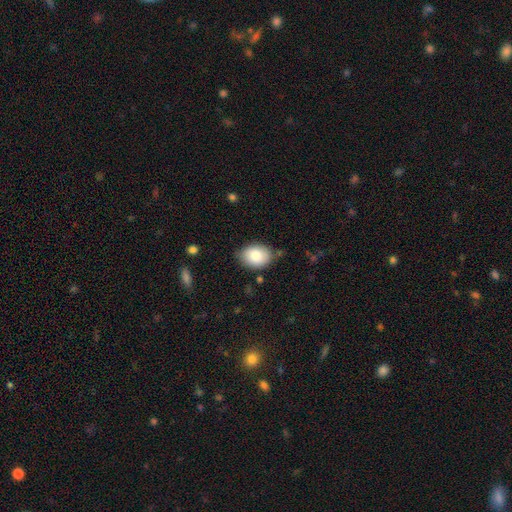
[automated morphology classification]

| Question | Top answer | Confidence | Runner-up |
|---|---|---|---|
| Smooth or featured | smooth | 83% | featured or disk (10%) |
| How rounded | in between | 73% | round (26%) |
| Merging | none | 76% | minor disturbance (19%) |